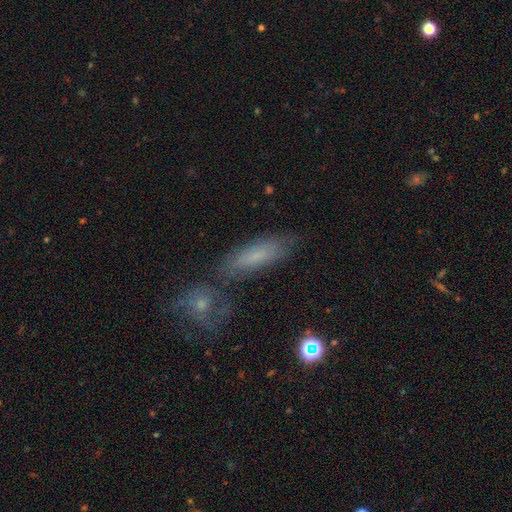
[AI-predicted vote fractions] A smooth galaxy with no disk features (65%) that is cigar-shaped (48%, tied with in between).

Vote fractions:
- Smooth or featured? smooth: 65% / featured or disk: 24% / star or artifact: 11%
- How rounded? cigar-shaped: 48% (tied) / in between: 48% (tied) / round: 4%
- Merging? none: 64% / minor disturbance: 16% / merger: 13% / major disturbance: 6%